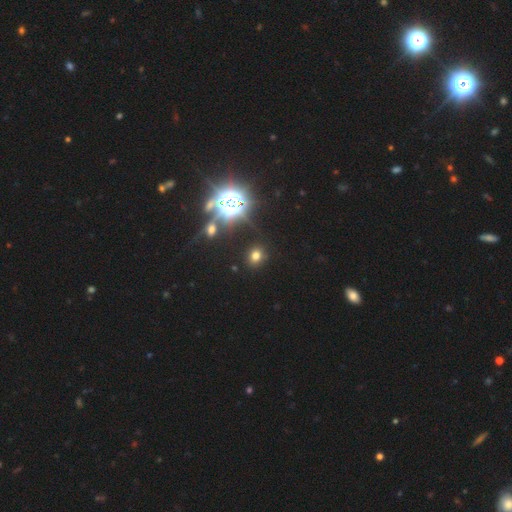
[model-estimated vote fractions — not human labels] Smooth or featured?
  - smooth: 64% *
  - star or artifact: 28%
  - featured or disk: 8%
How rounded?
  - round: 70% *
  - in between: 28%
  - cigar-shaped: 1%
Merging?
  - none: 87% *
  - minor disturbance: 8%
  - major disturbance: 3%
  - merger: 3%